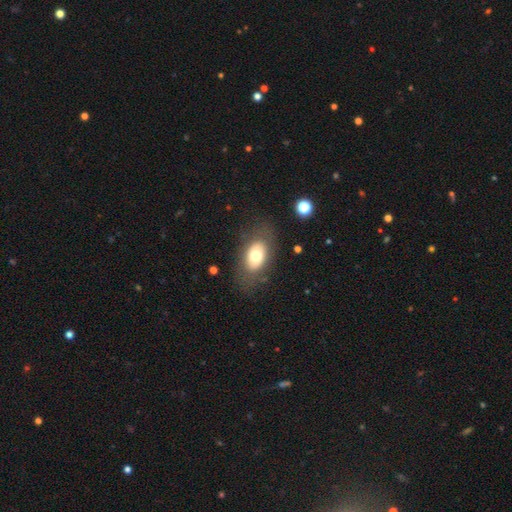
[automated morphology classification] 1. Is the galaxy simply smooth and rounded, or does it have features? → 67% smooth, 25% featured or disk, 8% star or artifact.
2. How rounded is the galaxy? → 88% in between, 11% round, 2% cigar-shaped.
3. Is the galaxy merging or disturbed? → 77% none, 14% minor disturbance, 8% major disturbance, 1% merger.